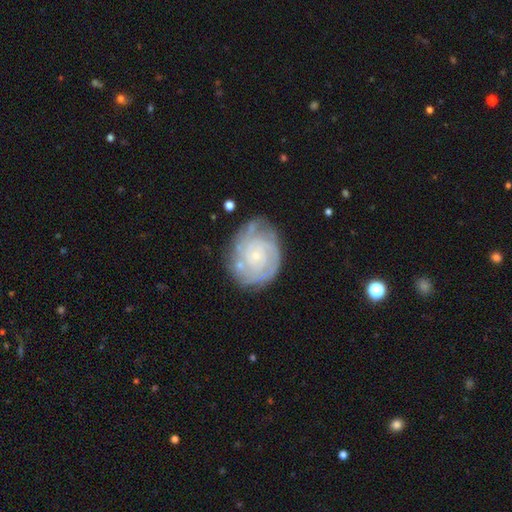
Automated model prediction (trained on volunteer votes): Overall: featured or disk (79%). Edge-on disk: no (98%). Bar: no (79%). Spiral arms: yes (91%). Spiral arm count: can't tell (40%; 2 21%). Spiral winding: tight (75%). Bulge size: small (82%). Merging: none (66%).